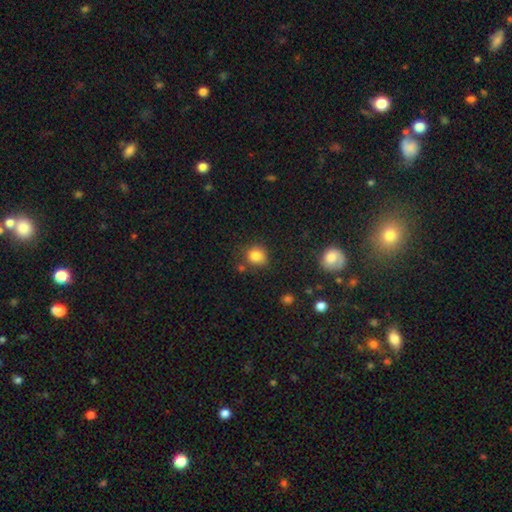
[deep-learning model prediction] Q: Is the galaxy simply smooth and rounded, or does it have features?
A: smooth — 83%.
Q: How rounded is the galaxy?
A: round — 74%.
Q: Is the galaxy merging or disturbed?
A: none — 71%.